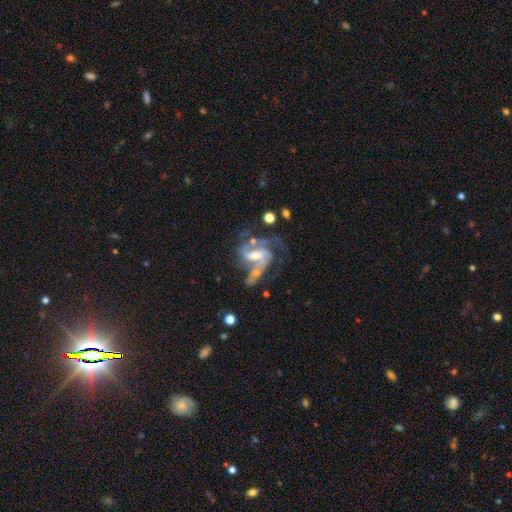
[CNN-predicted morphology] smooth-or-featured: featured or disk: 87% | smooth: 7% | star or artifact: 6%
  disk-edge-on: no: 97% | yes: 3%
    bar: weak: 44% | strong: 31% | no: 25%
    has-spiral-arms: yes: 95% | no: 5%
      spiral-winding: medium: 52% | tight: 24% | loose: 24%
      spiral-arm-count: 2: 58% | 3: 20% | can't tell: 11% | 1: 5% | 4: 3% | more than 4: 3%
    bulge-size: moderate: 53% | small: 38% | none: 4% | large: 4% | dominant: 1%
  merging: none: 33% | major disturbance: 26% | merger: 24% | minor disturbance: 17%